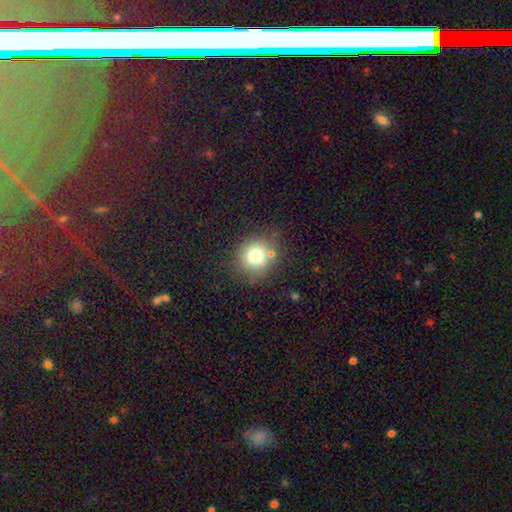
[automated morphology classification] type=smooth (74%); roundness=round (83%); merging=none (75%).